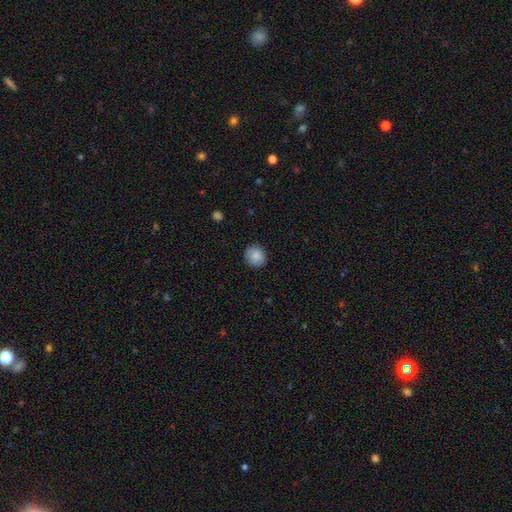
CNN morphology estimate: smooth-or-featured: smooth: 86% | star or artifact: 8% | featured or disk: 6%
  how-rounded: round: 88% | in between: 12% | cigar-shaped: 1%
  merging: none: 88% | minor disturbance: 9% | major disturbance: 2% | merger: 1%